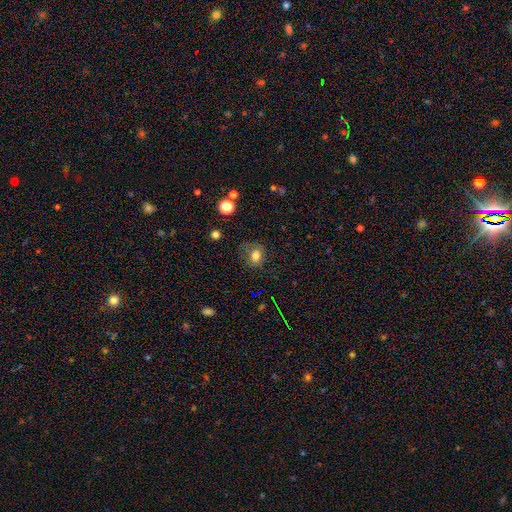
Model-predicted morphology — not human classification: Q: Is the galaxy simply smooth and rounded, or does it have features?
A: smooth — 68%.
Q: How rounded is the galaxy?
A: round — 56%.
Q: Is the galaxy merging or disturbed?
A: none — 56%.